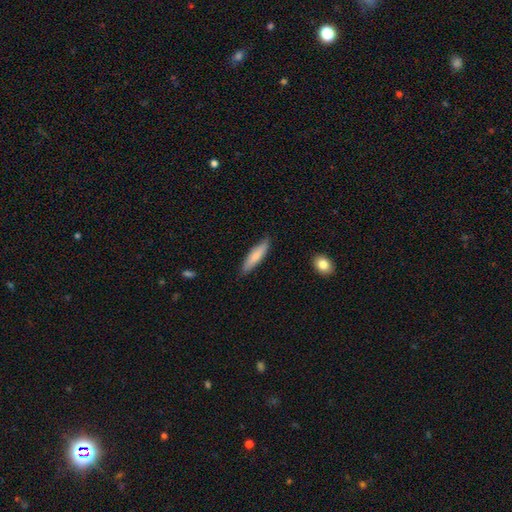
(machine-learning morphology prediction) type=smooth (78%); roundness=cigar-shaped (75%); merging=none (84%).